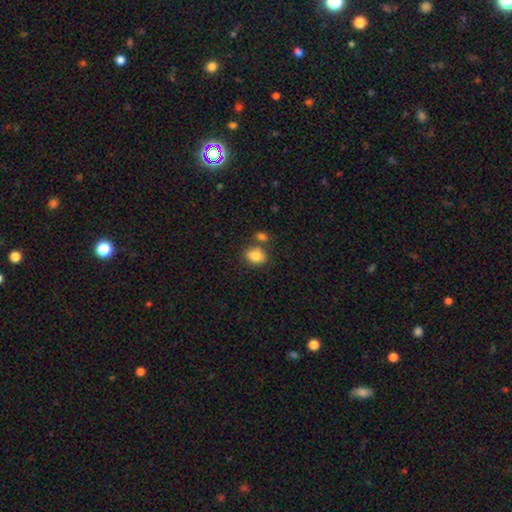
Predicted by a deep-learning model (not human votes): smooth_or_featured: smooth (p=0.84) [alt: star or artifact p=0.09]
how_rounded: in between (p=0.65) [alt: round p=0.34]
merging: none (p=0.60) [alt: merger p=0.23]